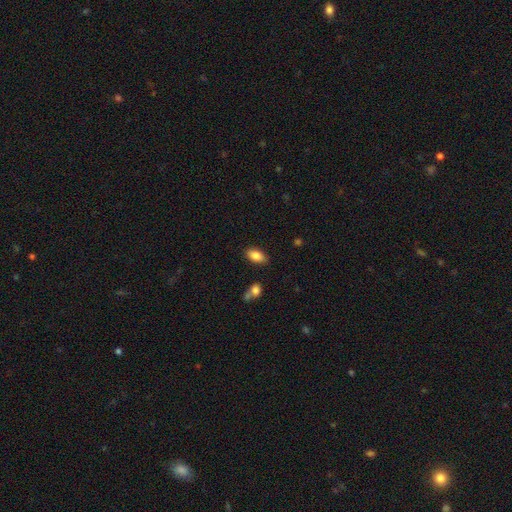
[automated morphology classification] Smooth or featured? smooth (86%)
How rounded? in between (92%)
Merging? none (83%)